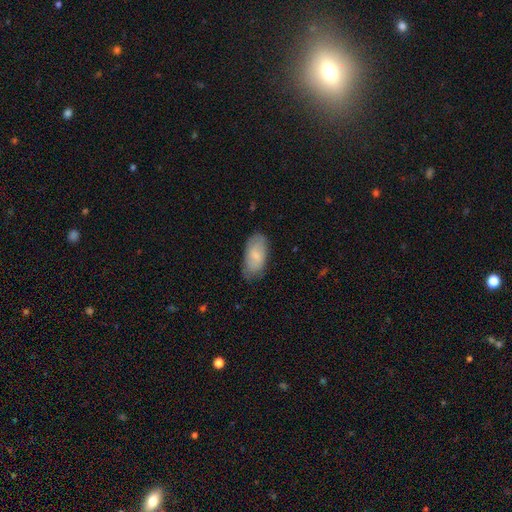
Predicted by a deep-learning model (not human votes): smooth-or-featured: smooth: 74% | featured or disk: 20% | star or artifact: 6%
  how-rounded: in between: 93% | cigar-shaped: 4% | round: 3%
  merging: none: 71% | minor disturbance: 23% | major disturbance: 5% | merger: 1%